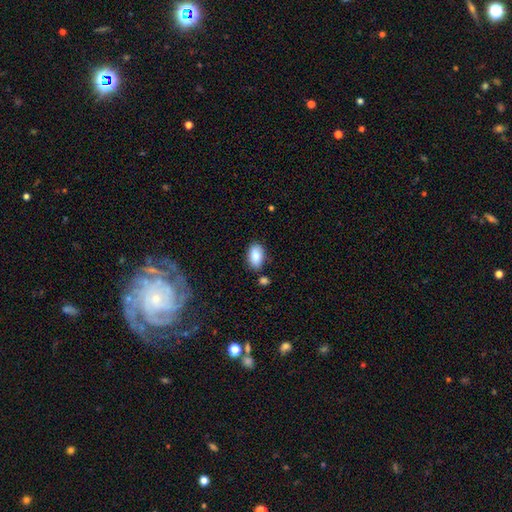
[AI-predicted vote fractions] smooth-or-featured: smooth: 87% | star or artifact: 7% | featured or disk: 6%
  how-rounded: in between: 92% | round: 6% | cigar-shaped: 2%
  merging: none: 77% | minor disturbance: 14% | merger: 6% | major disturbance: 3%